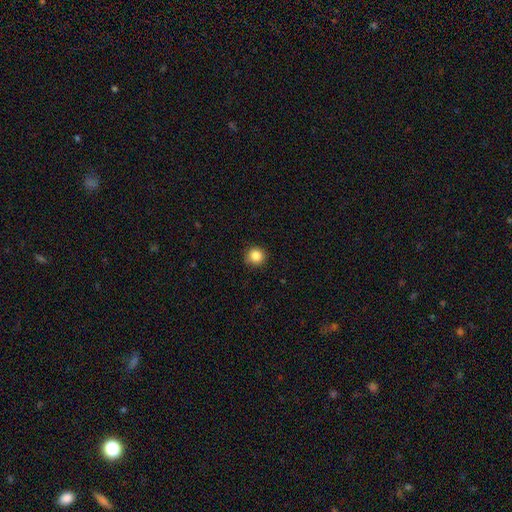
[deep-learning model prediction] This is clearly a smooth galaxy (85%). How rounded: clearly round (93%). Merging: clearly none (88%).